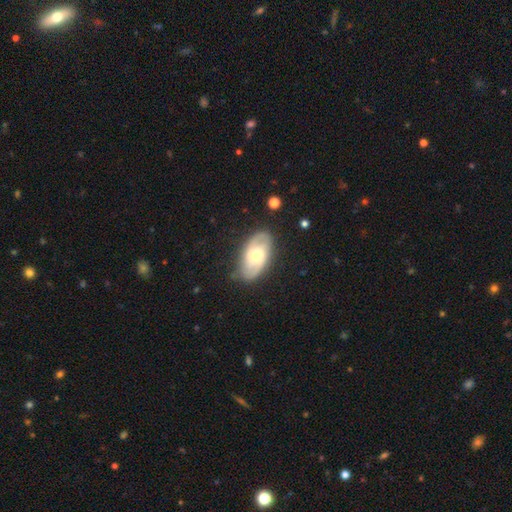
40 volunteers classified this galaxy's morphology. type=featured or disk (60%); edge-on=no (88%); bar=weak (48%); spiral arms=yes (90%); winding=medium (53%); arm count=2 (84%); bulge=moderate (52%); merging=none (80%).